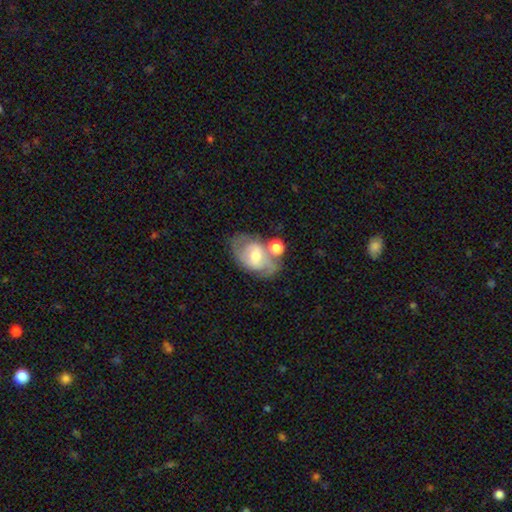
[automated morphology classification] Smooth or featured?
  - featured or disk: 59% *
  - smooth: 33%
  - star or artifact: 8%
Edge-on disk?
  - no: 95% *
  - yes: 5%
Bar?
  - weak: 49% *
  - no: 30%
  - strong: 22%
Spiral arms?
  - yes: 71% *
  - no: 29%
Bulge size?
  - moderate: 56% *
  - small: 32%
  - large: 8%
  - none: 3%
  - dominant: 1%
Merging?
  - none: 48% *
  - merger: 22%
  - minor disturbance: 20%
  - major disturbance: 11%